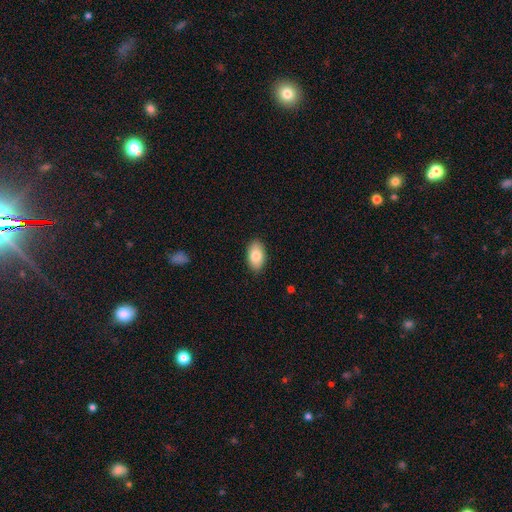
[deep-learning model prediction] The model was most divided on "smooth or featured": smooth: 83%, featured or disk: 10%, star or artifact: 6%. More confident: how rounded — in between (94%); merging — none (89%).